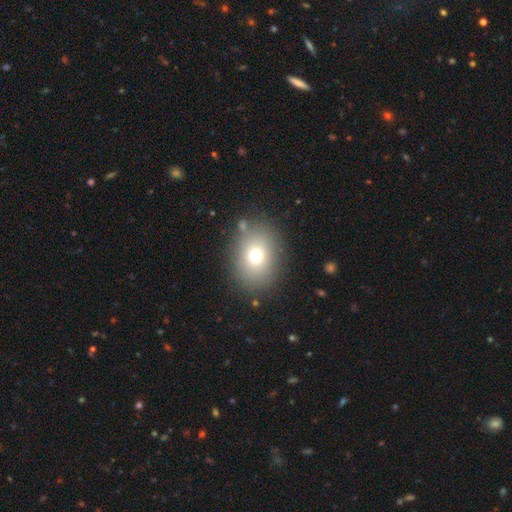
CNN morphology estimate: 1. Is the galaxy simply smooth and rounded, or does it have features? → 73% smooth, 14% featured or disk, 14% star or artifact.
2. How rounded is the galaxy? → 54% in between, 45% round, 1% cigar-shaped.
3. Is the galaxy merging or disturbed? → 82% none, 10% minor disturbance, 4% major disturbance, 3% merger.